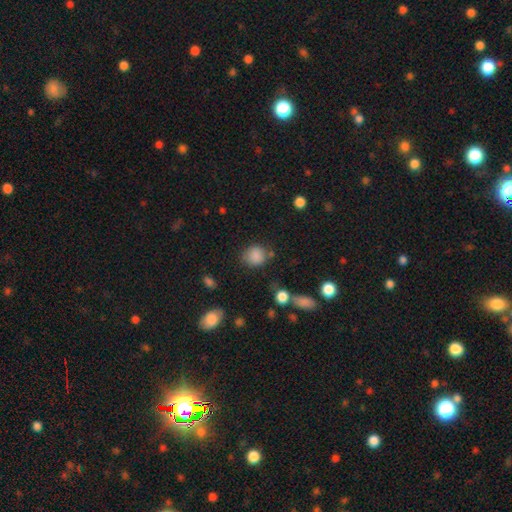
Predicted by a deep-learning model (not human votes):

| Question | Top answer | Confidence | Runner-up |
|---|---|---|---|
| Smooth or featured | smooth | 84% | star or artifact (11%) |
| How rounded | round | 71% | in between (28%) |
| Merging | none | 70% | minor disturbance (18%) |